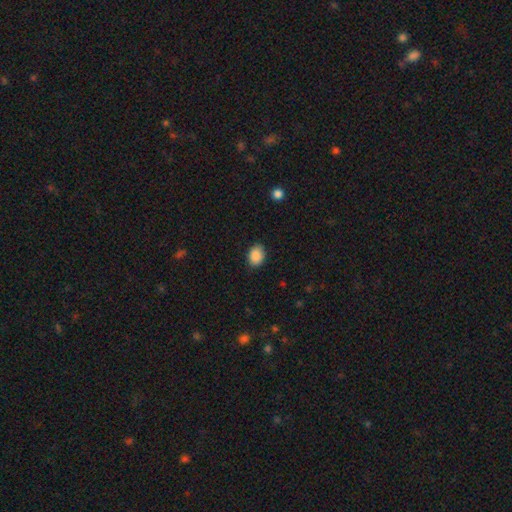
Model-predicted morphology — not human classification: Smooth or featured? Predicted: smooth (p=0.89). How rounded? Predicted: in between (p=0.63). Merging? Predicted: none (p=0.84).